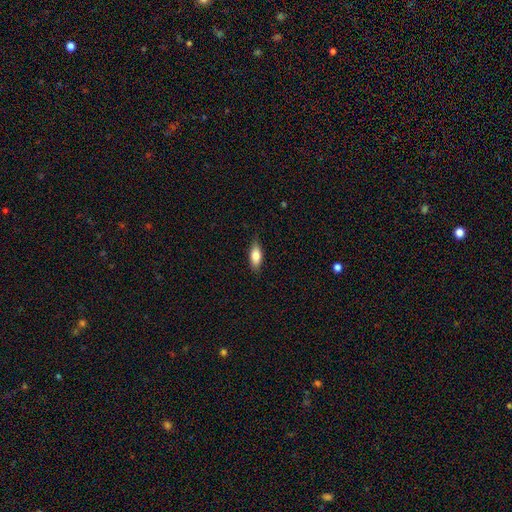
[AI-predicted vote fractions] Smooth or featured: smooth — 76% (featured or disk — 18%)
How rounded: in between — 76% (cigar-shaped — 21%)
Merging: none — 82% (minor disturbance — 15%)